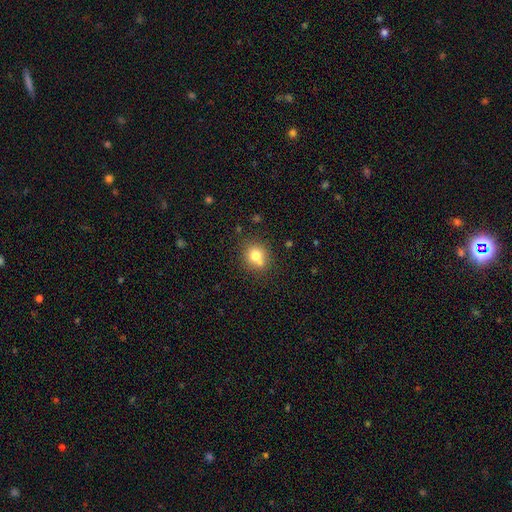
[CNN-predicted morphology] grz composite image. It shows a smooth galaxy with no disk features (75%) that is round (81%). Merging: none (63%).